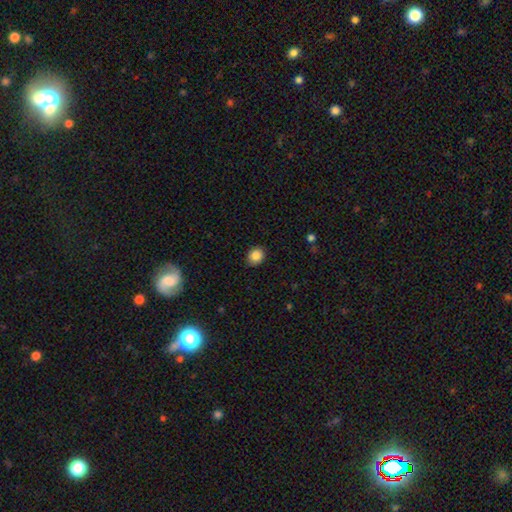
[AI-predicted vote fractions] Smooth or featured: smooth — 86% (star or artifact — 9%)
How rounded: round — 64% (in between — 35%)
Merging: none — 89% (minor disturbance — 8%)